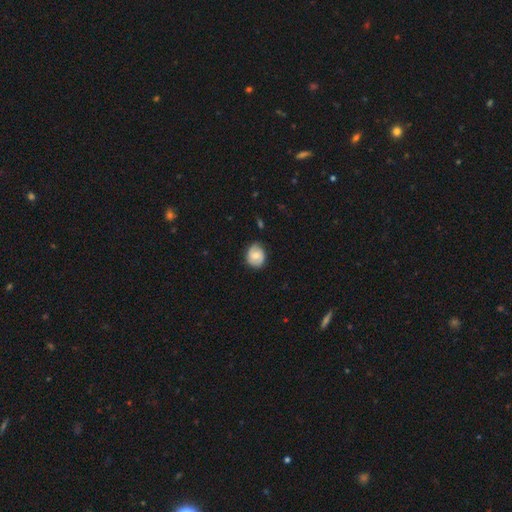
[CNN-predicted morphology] This appears to be a smooth galaxy with no disk features (60%) that is round (66%). Merging: none (76%).